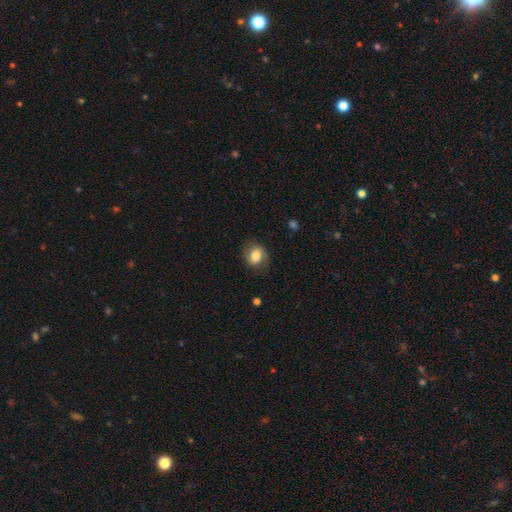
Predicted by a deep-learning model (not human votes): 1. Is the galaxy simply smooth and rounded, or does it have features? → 78% smooth, 14% featured or disk, 8% star or artifact.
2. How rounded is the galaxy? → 54% round, 45% in between, 1% cigar-shaped.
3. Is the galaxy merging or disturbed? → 74% none, 19% minor disturbance, 6% major disturbance, 1% merger.